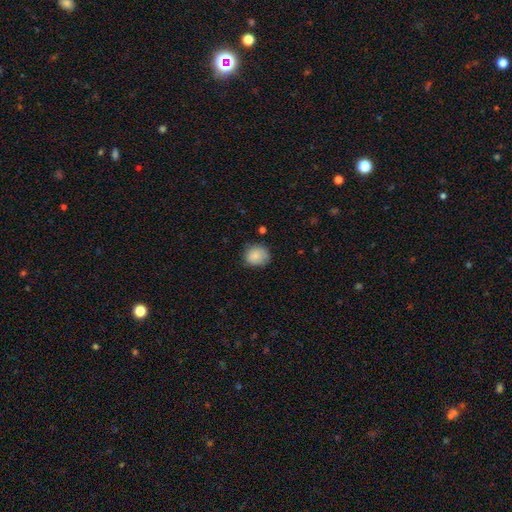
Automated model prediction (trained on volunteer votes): smooth_or_featured: smooth (p=0.85) [alt: star or artifact p=0.08]
how_rounded: round (p=0.75) [alt: in between p=0.24]
merging: none (p=0.71) [alt: minor disturbance p=0.23]